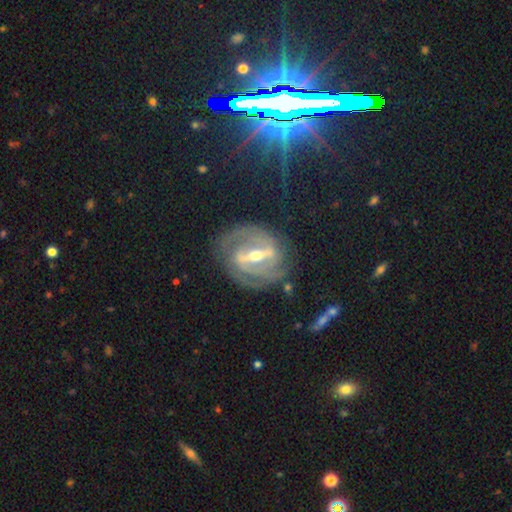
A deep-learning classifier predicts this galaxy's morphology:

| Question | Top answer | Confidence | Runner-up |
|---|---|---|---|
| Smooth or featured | featured or disk | 89% | star or artifact (6%) |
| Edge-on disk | no | 93% | yes (7%) |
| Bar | strong | 77% | weak (18%) |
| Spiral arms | yes | 94% | no (6%) |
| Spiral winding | tight | 63% | medium (30%) |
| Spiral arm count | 2 | 59% | 3 (15%) |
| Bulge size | moderate | 65% | small (30%) |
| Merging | none | 76% | minor disturbance (15%) |